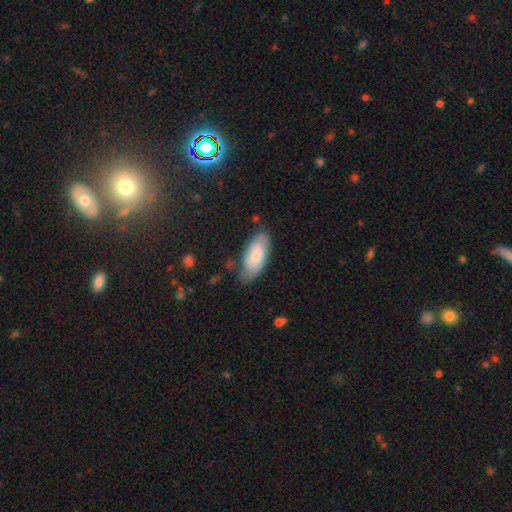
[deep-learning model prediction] This is likely a smooth galaxy (64%). How rounded: clearly in between (88%). Merging: likely none (65%).